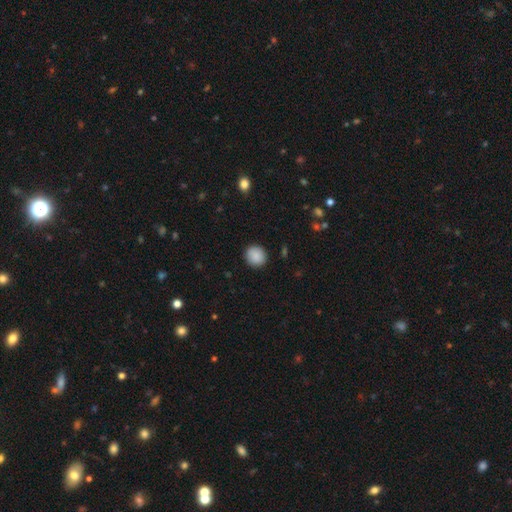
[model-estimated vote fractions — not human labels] smooth_or_featured: smooth (p=0.89) [alt: star or artifact p=0.08]
how_rounded: round (p=0.88) [alt: in between p=0.11]
merging: none (p=0.90) [alt: minor disturbance p=0.07]